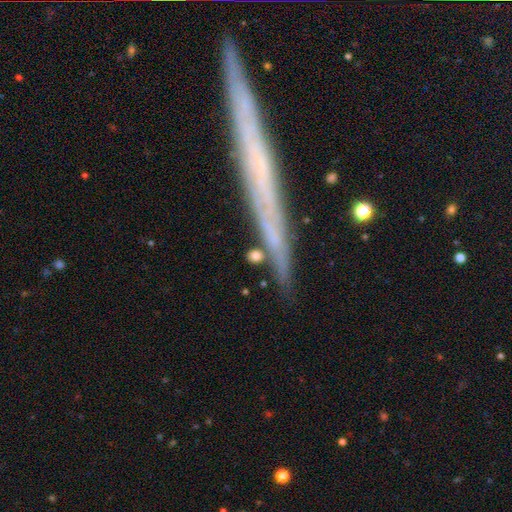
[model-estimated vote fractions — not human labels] smooth_or_featured: smooth (p=0.67) [alt: featured or disk p=0.21]
how_rounded: round (p=0.49) [alt: in between p=0.26]
merging: none (p=0.73) [alt: minor disturbance p=0.13]